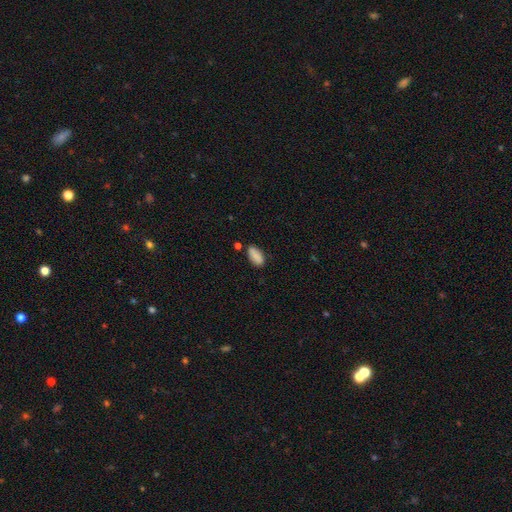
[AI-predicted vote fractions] A smooth galaxy with no disk features (88%) that is in between round and cigar-shaped (91%). Merging: none (76%).